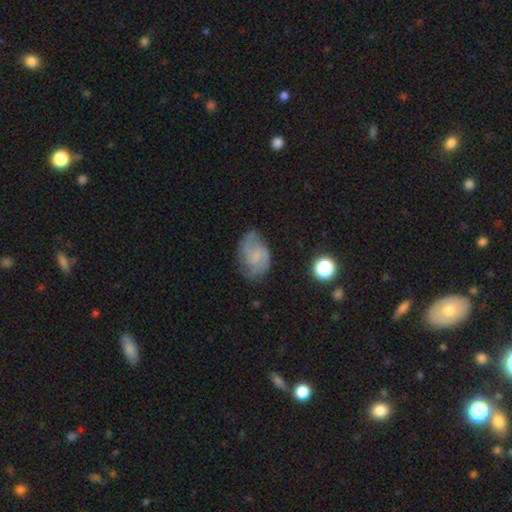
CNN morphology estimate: A featured or disk galaxy (57%) with no bar (55%), spiral arms (85%) and no central bulge (52%). Merging: none (58%).